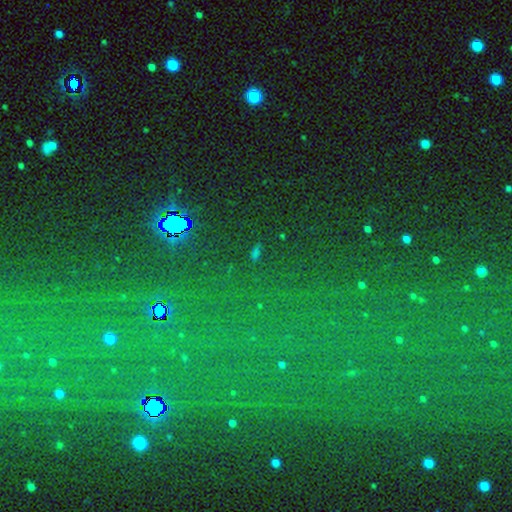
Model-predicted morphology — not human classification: Smooth or featured? star or artifact (76%)